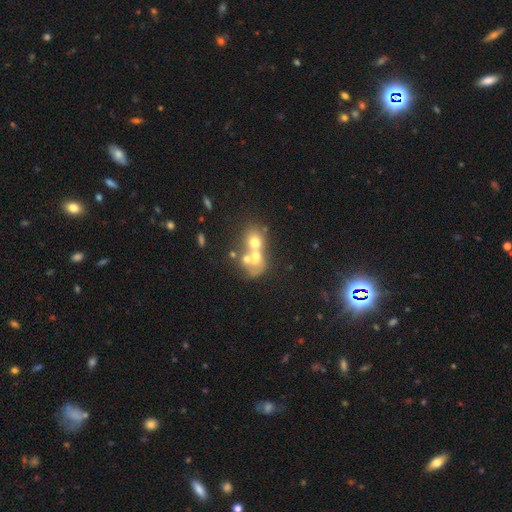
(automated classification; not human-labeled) smooth_or_featured: smooth (p=0.48) [alt: featured or disk p=0.37]
merging: merger (p=0.64) [alt: none p=0.21]